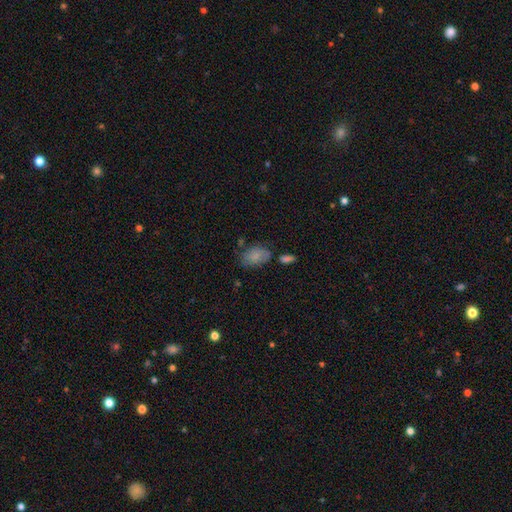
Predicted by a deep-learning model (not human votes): smooth-or-featured: smooth: 78% | featured or disk: 14% | star or artifact: 8%
  how-rounded: in between: 87% | round: 12% | cigar-shaped: 2%
  merging: none: 59% | minor disturbance: 25% | merger: 8% | major disturbance: 8%